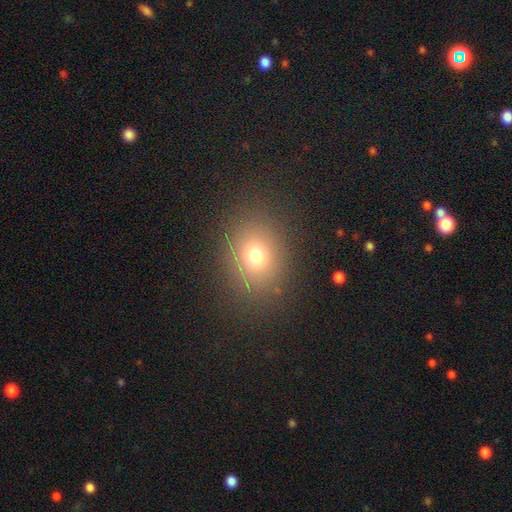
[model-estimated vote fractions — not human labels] Smooth or featured?
  - smooth: 71% *
  - star or artifact: 19%
  - featured or disk: 11%
How rounded?
  - round: 61% *
  - in between: 38%
  - cigar-shaped: 1%
Merging?
  - none: 84% *
  - minor disturbance: 9%
  - major disturbance: 5%
  - merger: 1%